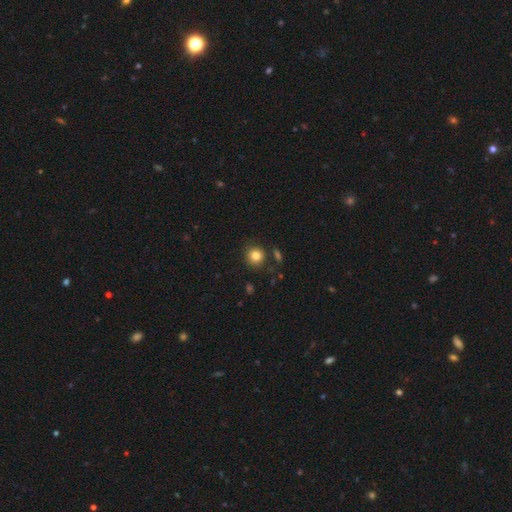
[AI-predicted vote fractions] This appears to be a smooth galaxy with no disk features (83%) that is round (90%). Merging: none (84%).